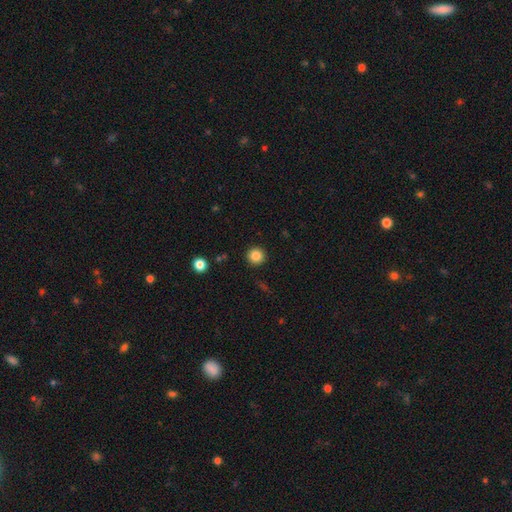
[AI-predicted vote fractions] Smooth or featured? smooth (85%)
How rounded? round (95%)
Merging? none (92%)